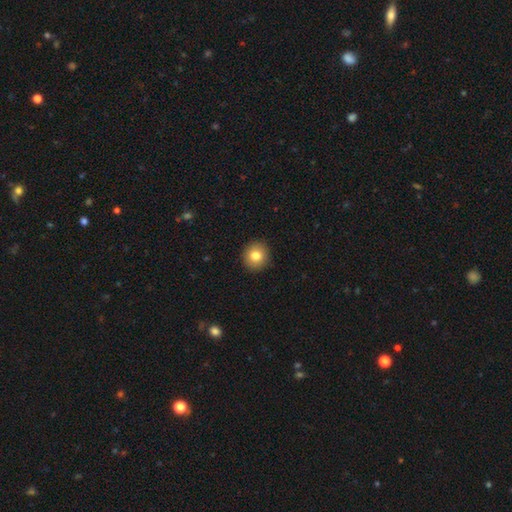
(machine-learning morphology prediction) smooth 81%, star or artifact 10%, featured or disk 10%. Down the decision tree: how rounded — round (90%); merging — none (93%).